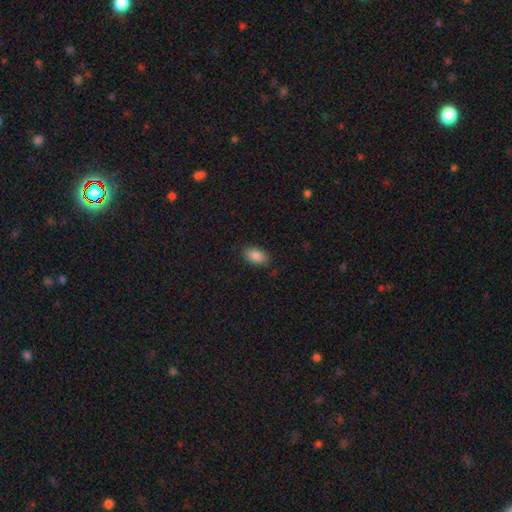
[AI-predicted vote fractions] Q: Smooth or featured?
A: smooth (87%); runner-up: star or artifact (8%)
Q: How rounded?
A: in between (92%); runner-up: round (7%)
Q: Merging?
A: none (86%); runner-up: minor disturbance (10%)